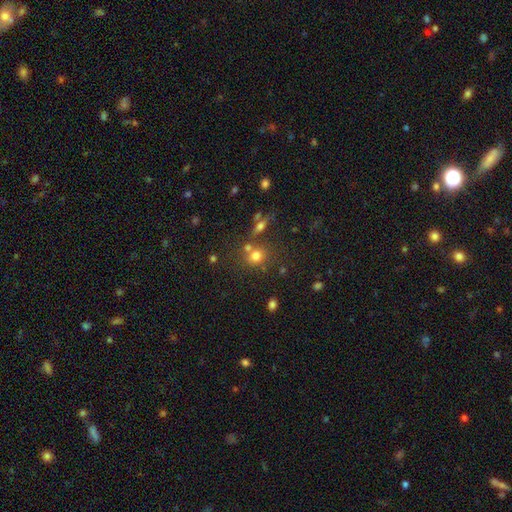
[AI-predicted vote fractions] smooth_or_featured: smooth (p=0.71) [alt: star or artifact p=0.17]
how_rounded: round (p=0.74) [alt: in between p=0.25]
merging: none (p=0.57) [alt: merger p=0.26]